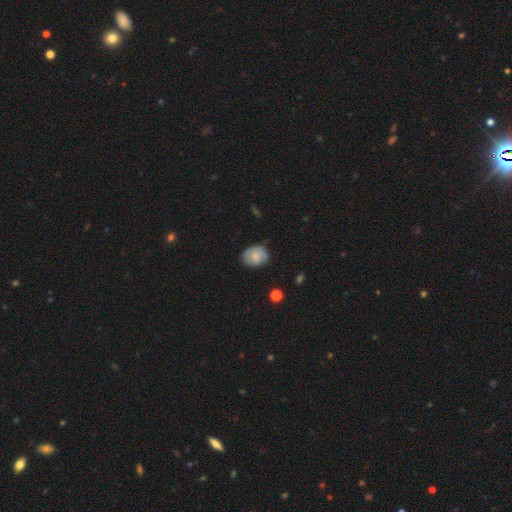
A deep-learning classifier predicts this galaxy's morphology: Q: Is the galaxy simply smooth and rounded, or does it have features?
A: smooth — 63%.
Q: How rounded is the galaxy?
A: in between — 55%.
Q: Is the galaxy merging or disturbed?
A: none — 67%.